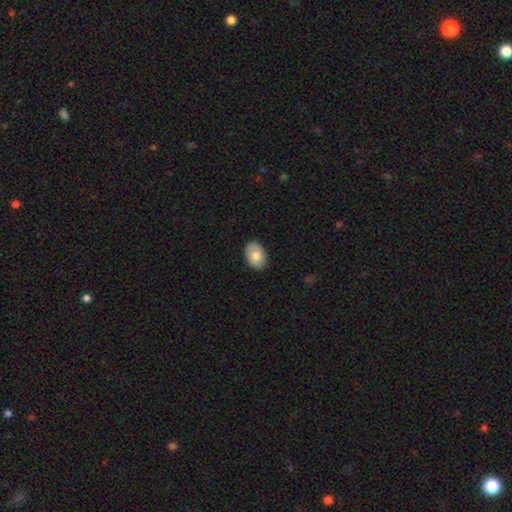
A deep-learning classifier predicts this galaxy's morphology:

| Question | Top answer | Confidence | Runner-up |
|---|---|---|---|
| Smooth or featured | smooth | 77% | featured or disk (17%) |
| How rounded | in between | 82% | round (17%) |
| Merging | none | 88% | minor disturbance (9%) |